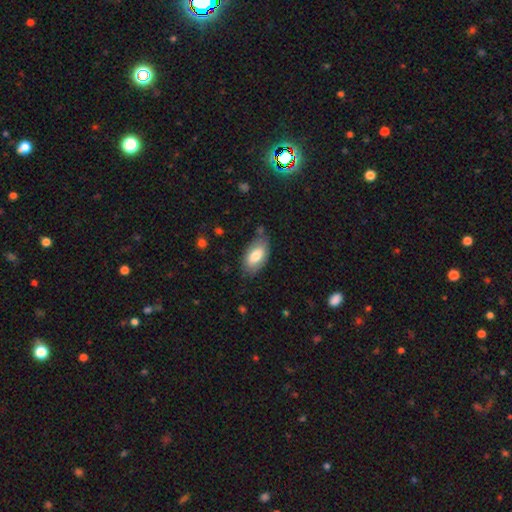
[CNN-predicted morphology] Smooth or featured: smooth — 77% (featured or disk — 17%)
How rounded: in between — 94% (cigar-shaped — 3%)
Merging: none — 72% (minor disturbance — 20%)